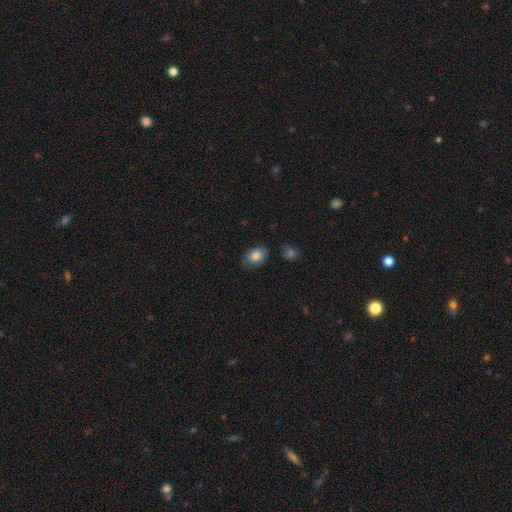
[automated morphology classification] Smooth or featured?
  - smooth: 82% *
  - featured or disk: 10%
  - star or artifact: 8%
How rounded?
  - in between: 79% *
  - round: 20%
  - cigar-shaped: 1%
Merging?
  - none: 73% *
  - minor disturbance: 20%
  - major disturbance: 4%
  - merger: 3%